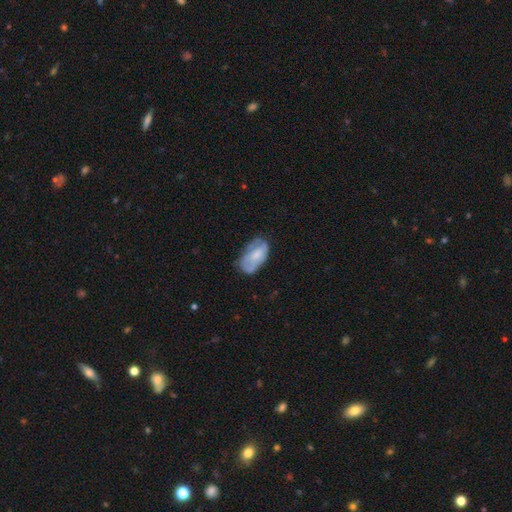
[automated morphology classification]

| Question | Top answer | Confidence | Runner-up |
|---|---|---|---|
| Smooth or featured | smooth | 52% | featured or disk (41%) |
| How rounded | in between | 93% | round (4%) |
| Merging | none | 50% | minor disturbance (33%) |